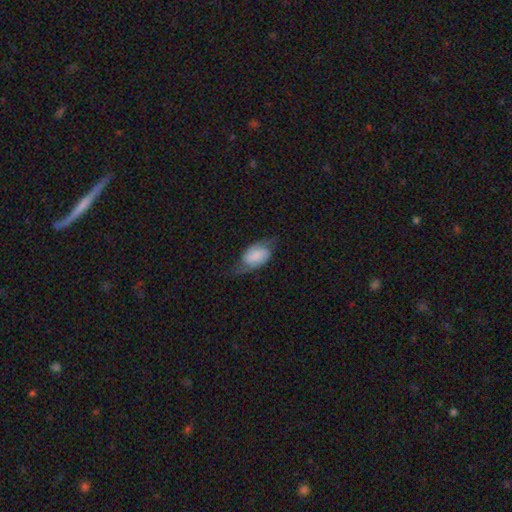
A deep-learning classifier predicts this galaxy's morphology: smooth-or-featured: featured or disk: 63% | smooth: 29% | star or artifact: 8%
  disk-edge-on: no: 96% | yes: 4%
    bar: no: 53% | weak: 34% | strong: 13%
    has-spiral-arms: yes: 92% | no: 8%
      spiral-winding: loose: 42% | medium: 39% | tight: 19%
      spiral-arm-count: 2: 91% | can't tell: 4% | 1: 2% | 3: 1% | 4: 1% | more than 4: 1%
    bulge-size: none: 45% | small: 21% | large: 13% | moderate: 12% | dominant: 9%
  merging: none: 60% | minor disturbance: 24% | major disturbance: 14% | merger: 2%